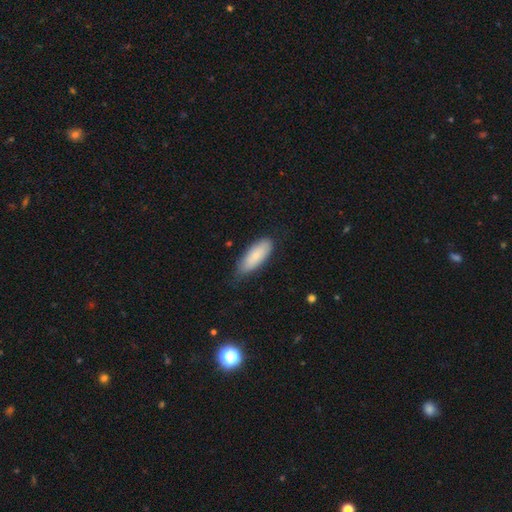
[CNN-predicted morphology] type=smooth (82%); roundness=in between (73%); merging=none (70%).